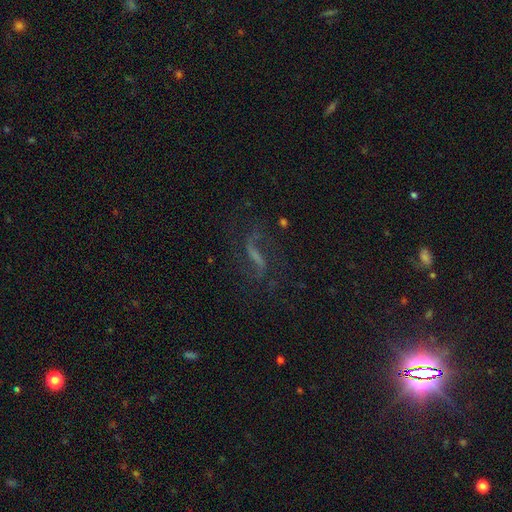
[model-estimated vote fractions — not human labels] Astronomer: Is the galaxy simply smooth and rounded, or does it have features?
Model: featured or disk — 70%.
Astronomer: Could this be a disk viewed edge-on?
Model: no — 89%.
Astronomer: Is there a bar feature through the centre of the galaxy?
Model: strong — 50% (runner-up: weak, 33%).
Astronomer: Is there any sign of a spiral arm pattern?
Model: yes — 88%.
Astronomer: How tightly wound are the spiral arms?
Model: loose — 66%.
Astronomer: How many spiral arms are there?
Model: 2 — 87%.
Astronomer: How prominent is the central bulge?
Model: none — 54%.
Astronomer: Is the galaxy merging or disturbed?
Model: none — 67%.